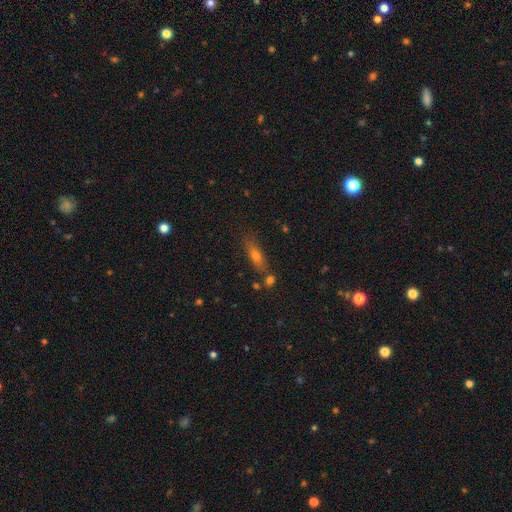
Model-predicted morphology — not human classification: This appears to be a smooth galaxy with no disk features (60%) that is cigar-shaped (52%). Merging: none (71%).